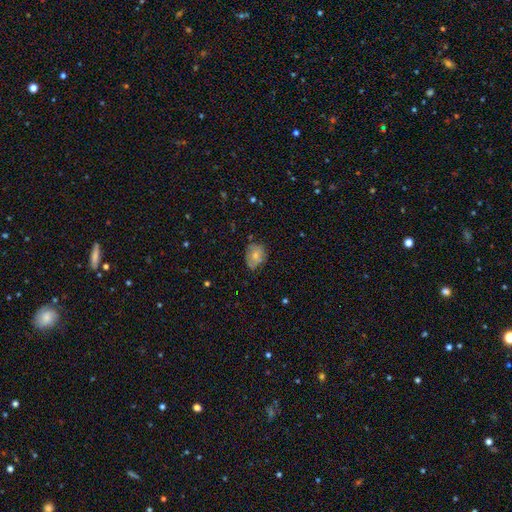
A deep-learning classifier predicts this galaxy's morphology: smooth-or-featured: smooth: 60% | featured or disk: 31% | star or artifact: 9%
  how-rounded: in between: 54% | round: 45% | cigar-shaped: 1%
  merging: none: 62% | minor disturbance: 28% | major disturbance: 8% | merger: 2%